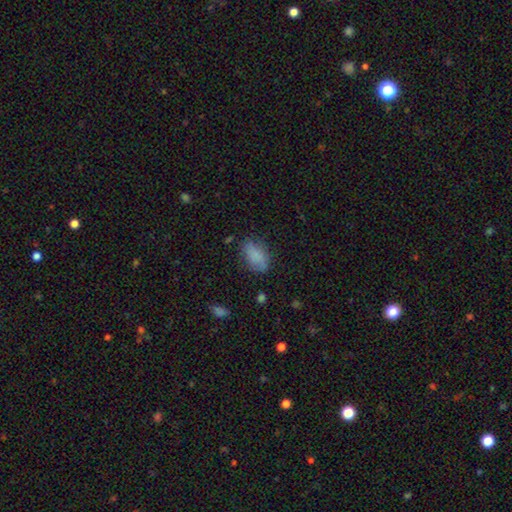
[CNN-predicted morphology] The model was most divided on "merging": none: 70%, minor disturbance: 22%, major disturbance: 6%, merger: 2%. More confident: how rounded — in between (91%); smooth or featured — smooth (82%).